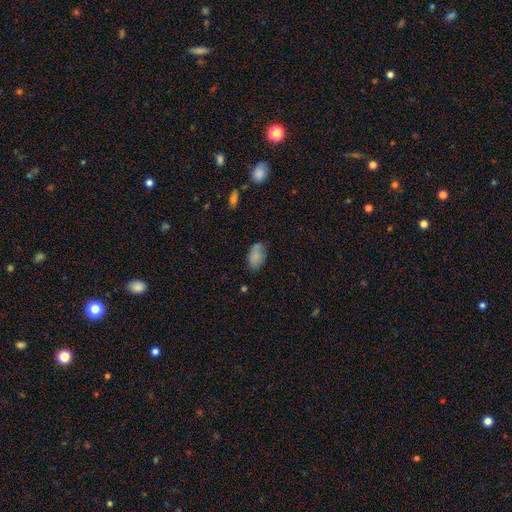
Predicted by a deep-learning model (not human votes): This appears to be a smooth galaxy with no disk features (82%) that is in between round and cigar-shaped (92%). Merging: none (68%).